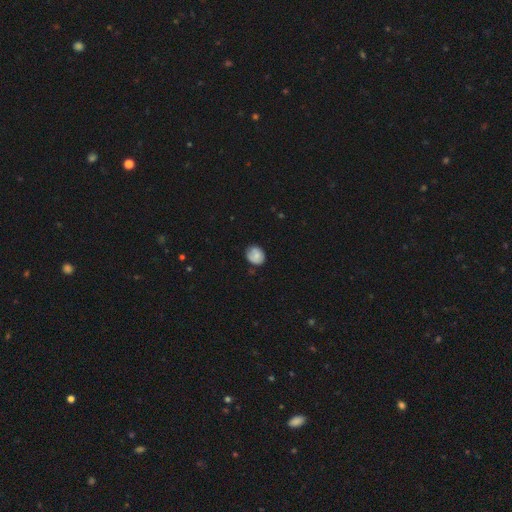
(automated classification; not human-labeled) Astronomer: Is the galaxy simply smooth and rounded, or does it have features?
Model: smooth — 75%.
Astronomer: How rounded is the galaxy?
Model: round — 65%.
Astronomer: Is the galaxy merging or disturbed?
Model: none — 70%.